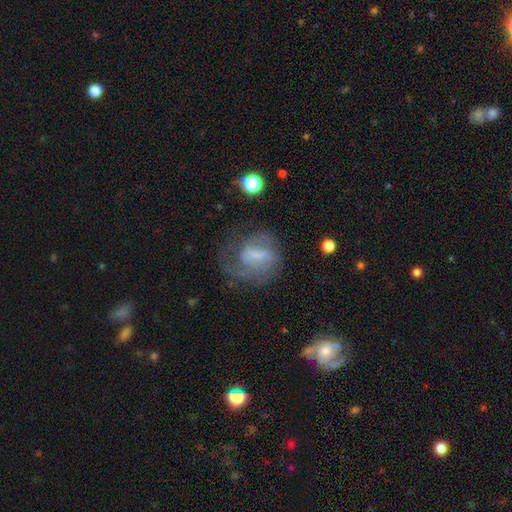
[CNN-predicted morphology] smooth-or-featured: featured or disk: 68% | smooth: 23% | star or artifact: 10%
  disk-edge-on: no: 97% | yes: 3%
    bar: weak: 51% | no: 27% | strong: 22%
    has-spiral-arms: yes: 82% | no: 18%
      spiral-winding: medium: 42% | tight: 35% | loose: 22%
      spiral-arm-count: 2: 32% | can't tell: 30% | 1: 22% | 3: 9% | 4: 3% | more than 4: 3%
    bulge-size: small: 37% | none: 35% | moderate: 22% | large: 5% | dominant: 1%
  merging: none: 52% | major disturbance: 25% | minor disturbance: 20% | merger: 2%